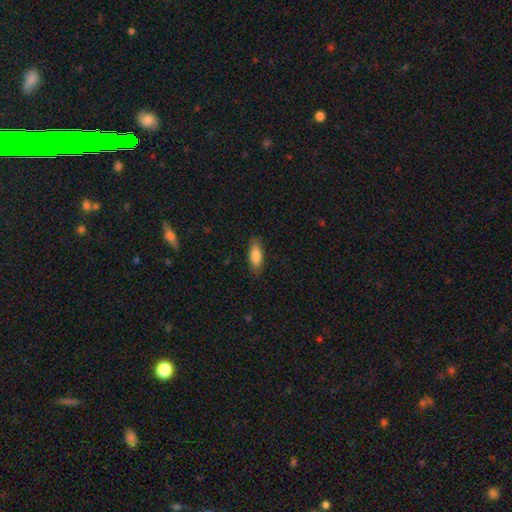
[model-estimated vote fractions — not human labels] The model was most divided on "how rounded": in between: 71%, cigar-shaped: 27%, round: 2%. More confident: merging — none (83%); smooth or featured — smooth (80%).